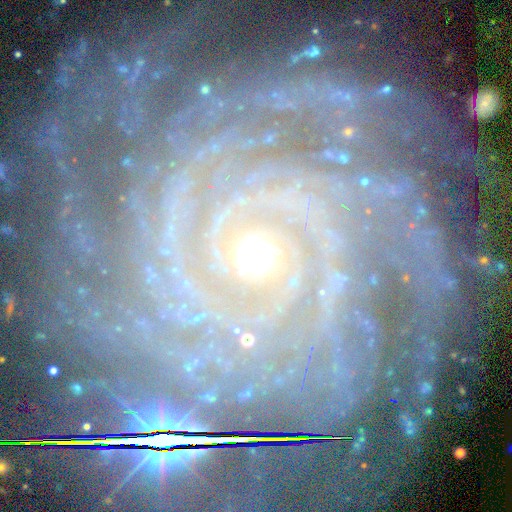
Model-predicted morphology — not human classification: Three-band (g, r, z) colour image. It shows a featured or disk galaxy (92%) with no bar (74%), more than 4 (24%) tight (84%) spiral arms (99%) and a small central bulge (63%). Merging: none (77%).